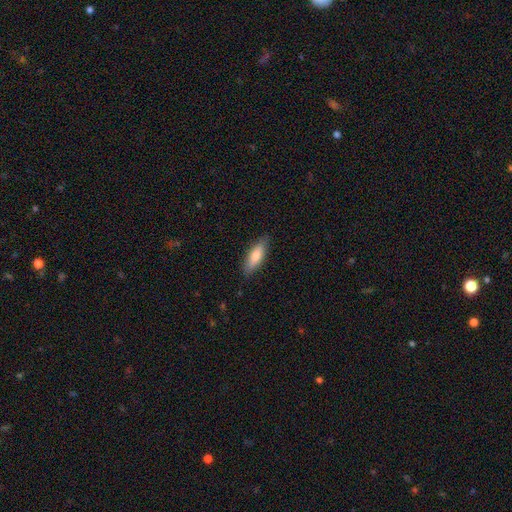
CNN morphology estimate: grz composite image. It shows a smooth galaxy with no disk features (73%) that is in between round and cigar-shaped (55%). Merging: none (86%).